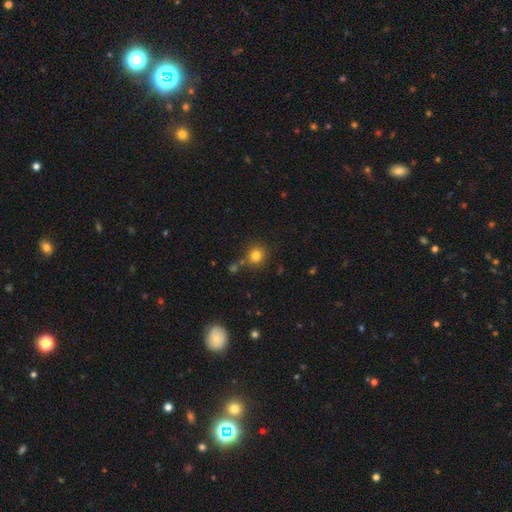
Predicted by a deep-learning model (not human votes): Smooth or featured? smooth (81%)
How rounded? round (88%)
Merging? none (79%)